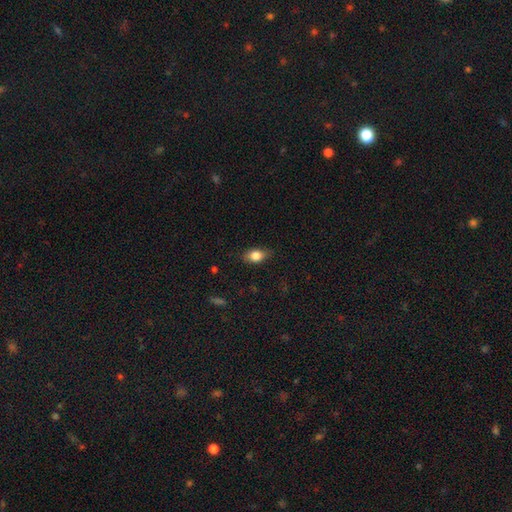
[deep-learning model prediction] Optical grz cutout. It shows a smooth galaxy with no disk features (79%) that is in between round and cigar-shaped (80%). Merging: none (81%).